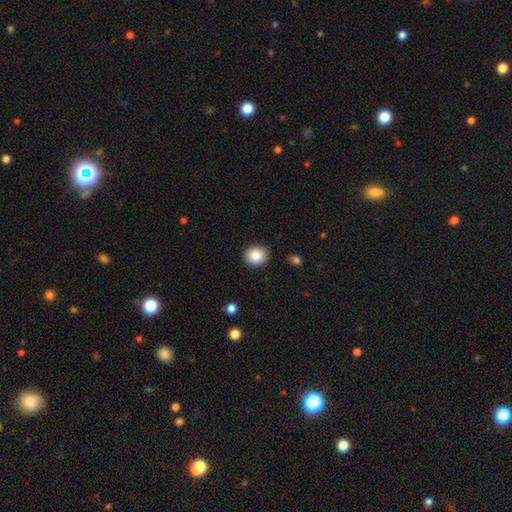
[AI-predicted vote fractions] Morphology: type=smooth (86%); roundness=round (78%); merging=none (89%).